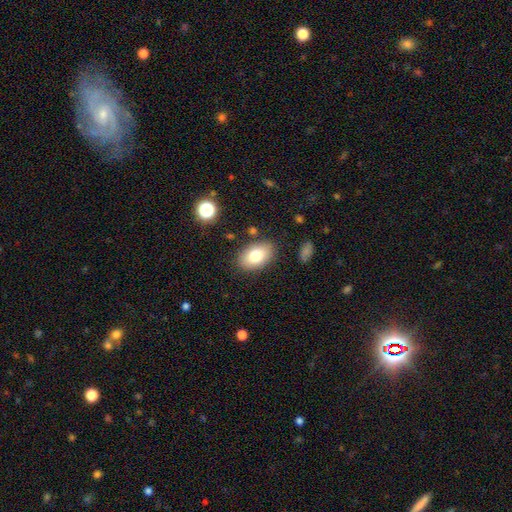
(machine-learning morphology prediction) The model was most divided on "smooth or featured": smooth: 78%, featured or disk: 14%, star or artifact: 8%. More confident: how rounded — in between (89%); merging — none (84%).